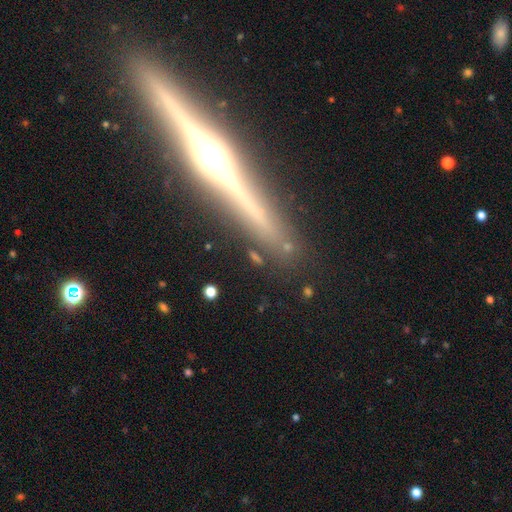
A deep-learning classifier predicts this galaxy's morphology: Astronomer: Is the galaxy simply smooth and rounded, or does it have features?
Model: featured or disk — 64%.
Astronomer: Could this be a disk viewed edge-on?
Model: yes — 92%.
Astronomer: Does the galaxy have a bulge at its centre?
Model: rounded — 56% (runner-up: none, 31%).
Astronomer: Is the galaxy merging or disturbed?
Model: none — 84%.